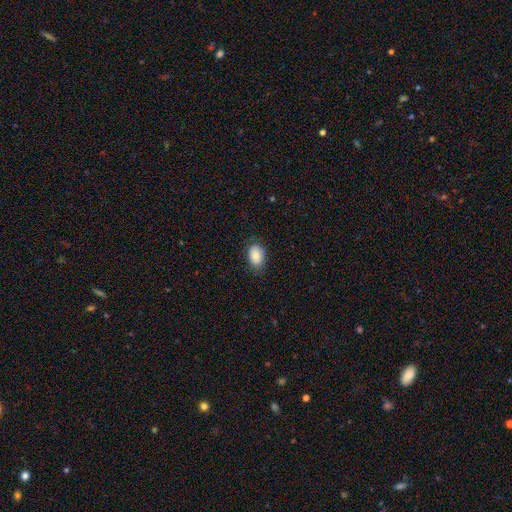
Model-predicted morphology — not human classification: Smooth or featured? smooth (85%)
How rounded? in between (87%)
Merging? none (79%)